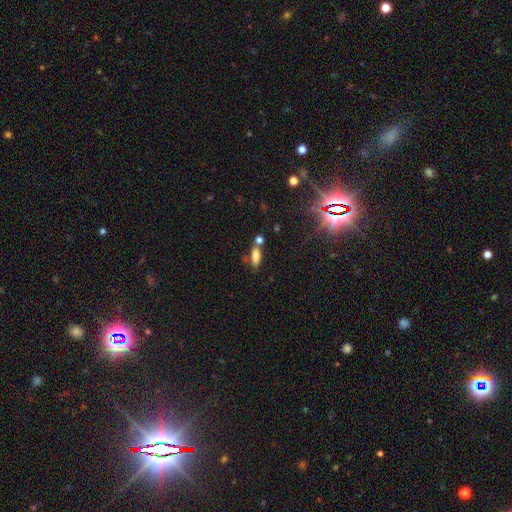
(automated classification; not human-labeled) A smooth galaxy with no disk features (77%) that is in between round and cigar-shaped (70%). Merging: none (58%).